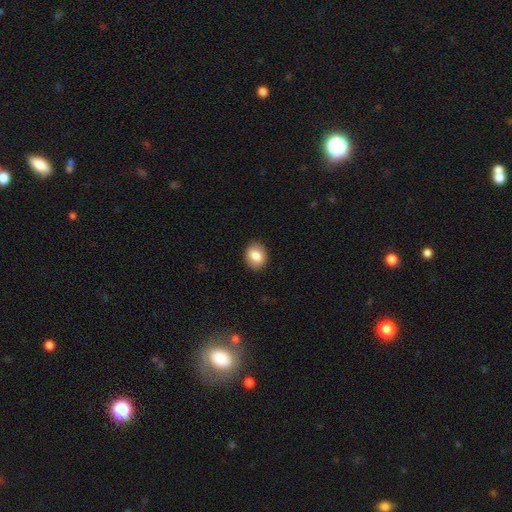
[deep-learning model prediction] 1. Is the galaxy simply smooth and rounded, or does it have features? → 84% smooth, 8% featured or disk, 8% star or artifact.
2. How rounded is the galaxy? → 53% in between, 46% round, 1% cigar-shaped.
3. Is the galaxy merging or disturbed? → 89% none, 8% minor disturbance, 2% major disturbance, 1% merger.